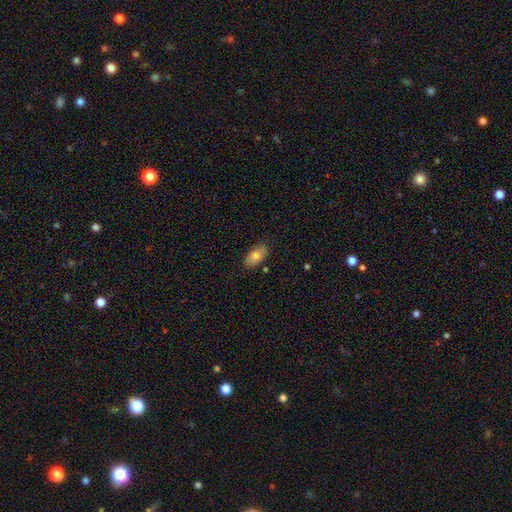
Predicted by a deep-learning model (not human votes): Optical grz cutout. It shows a smooth galaxy with no disk features (75%) that is in between round and cigar-shaped (92%). Merging: none (83%).